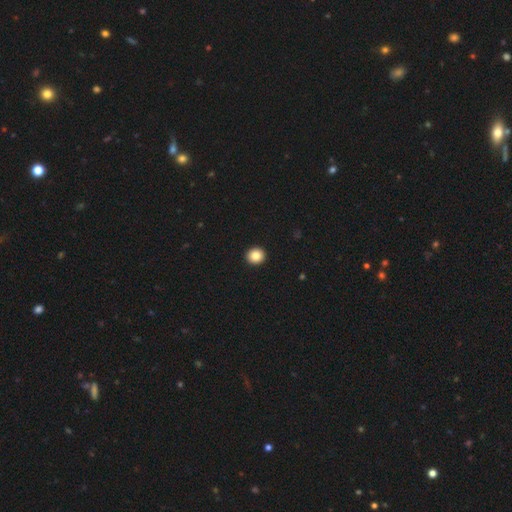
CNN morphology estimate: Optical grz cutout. It shows a smooth galaxy with no disk features (85%) that is round (88%). Merging: none (94%).